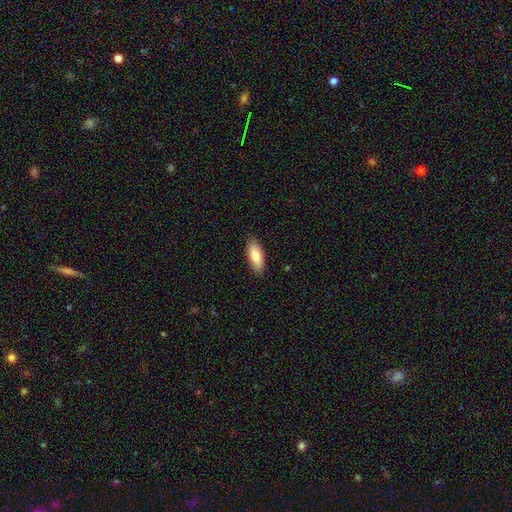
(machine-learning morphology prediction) Smooth or featured?
  - smooth: 80% *
  - featured or disk: 14%
  - star or artifact: 6%
How rounded?
  - in between: 77% *
  - cigar-shaped: 21%
  - round: 2%
Merging?
  - none: 89% *
  - minor disturbance: 9%
  - major disturbance: 2%
  - merger: 1%